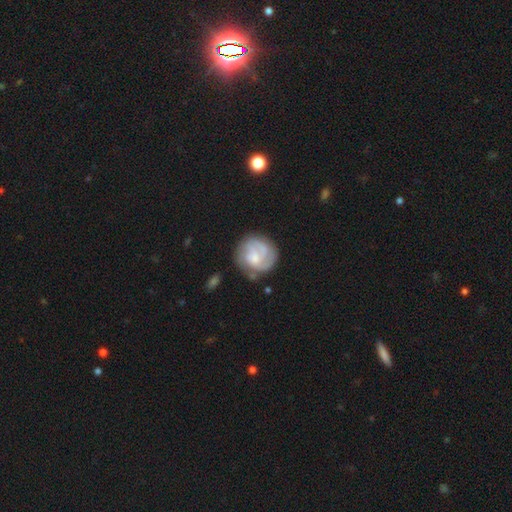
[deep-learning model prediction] Morphology: type=featured or disk (64%); edge-on=no (98%); bar=no (63%); spiral arms=yes (83%); winding=tight (49%); arm count=can't tell (31%); bulge=small (40%); merging=none (63%).